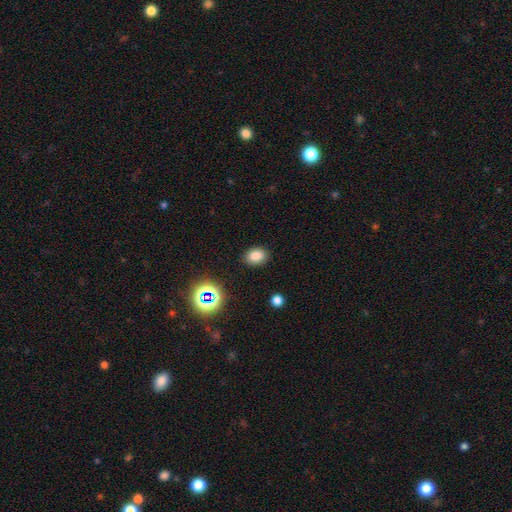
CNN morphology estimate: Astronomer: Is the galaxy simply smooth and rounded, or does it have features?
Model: smooth — 80%.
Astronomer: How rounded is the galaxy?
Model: in between — 67%.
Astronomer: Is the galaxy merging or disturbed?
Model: none — 88%.